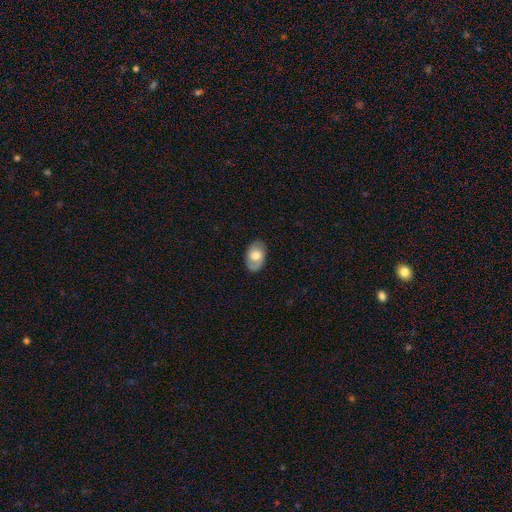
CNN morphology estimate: Smooth or featured? Predicted: smooth (p=0.49). Merging? Predicted: none (p=0.81).